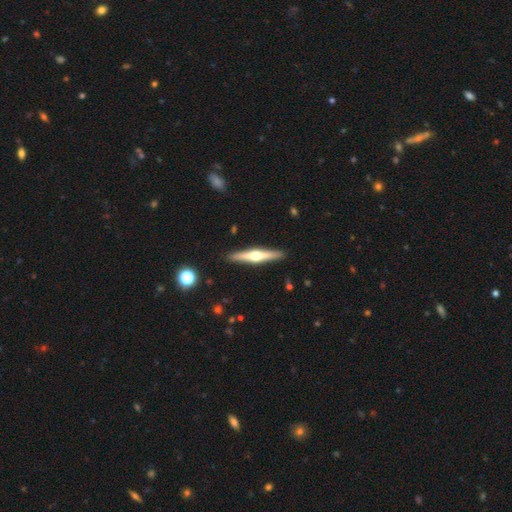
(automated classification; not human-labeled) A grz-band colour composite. It shows a featured or disk galaxy (68%) viewed edge-on (97%) with a rounded central bulge (94%). Merging: none (91%).